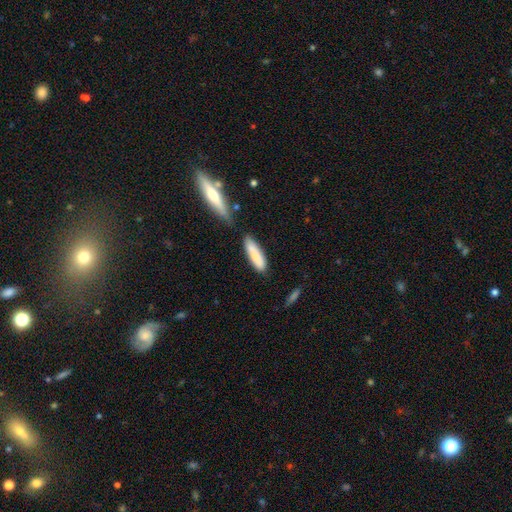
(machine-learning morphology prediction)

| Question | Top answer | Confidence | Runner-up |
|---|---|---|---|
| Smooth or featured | smooth | 78% | featured or disk (16%) |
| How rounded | cigar-shaped | 66% | in between (32%) |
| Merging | none | 71% | minor disturbance (17%) |